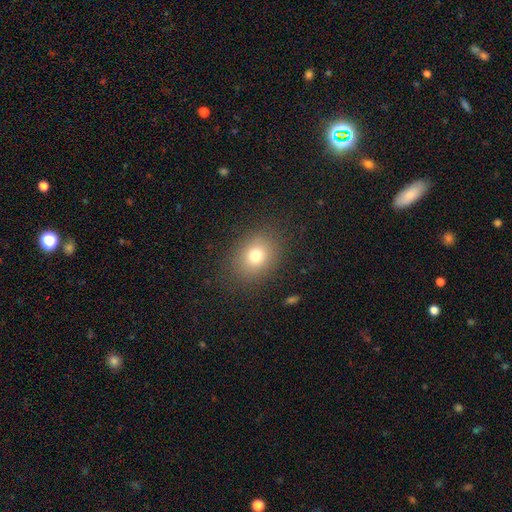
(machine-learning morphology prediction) A smooth galaxy with no disk features (76%) that is round (50%). Merging: none (85%).